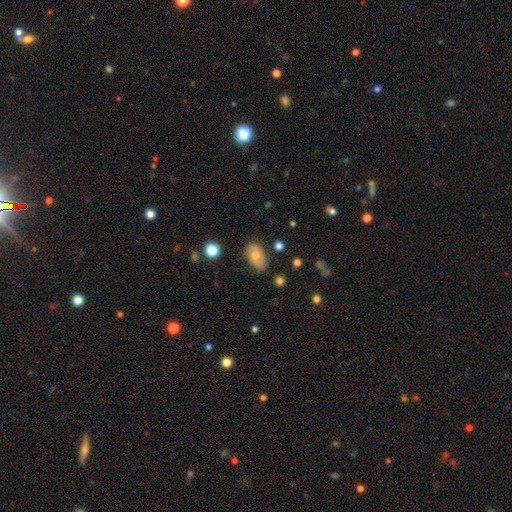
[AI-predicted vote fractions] smooth 68%, featured or disk 23%, star or artifact 8%. Down the decision tree: how rounded — in between (91%); merging — none (75%).